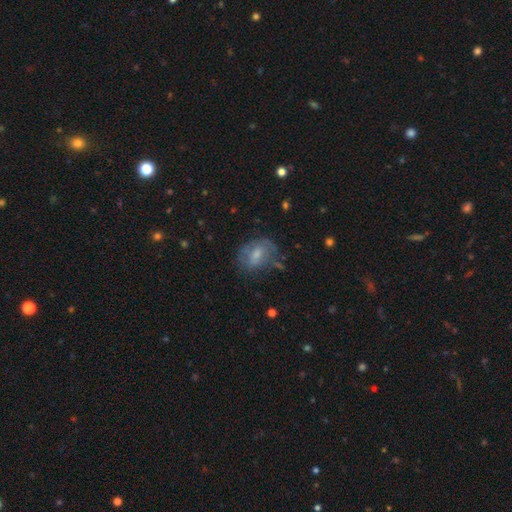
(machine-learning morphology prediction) type=featured or disk (46%); merging=none (58%).